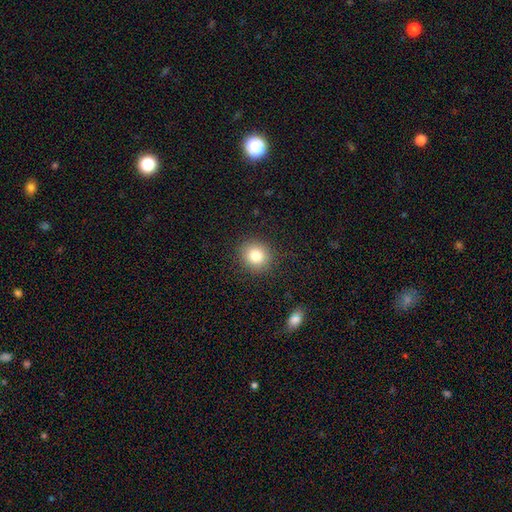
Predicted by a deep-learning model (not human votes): The model was most divided on "smooth or featured": smooth: 82%, star or artifact: 10%, featured or disk: 8%. More confident: merging — none (89%); how rounded — round (87%).